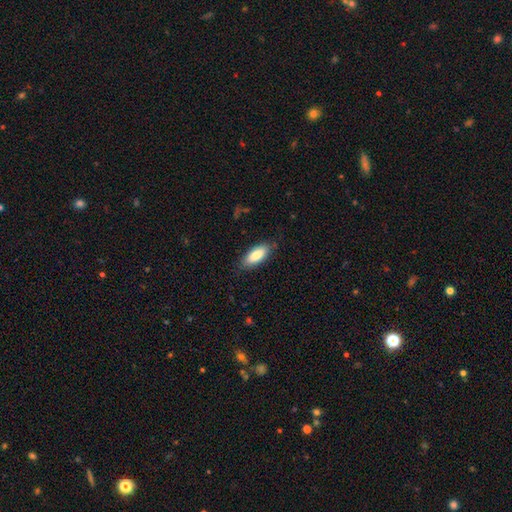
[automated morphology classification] Q: Smooth or featured?
A: smooth (85%); runner-up: featured or disk (9%)
Q: How rounded?
A: in between (77%); runner-up: cigar-shaped (21%)
Q: Merging?
A: none (82%); runner-up: minor disturbance (14%)